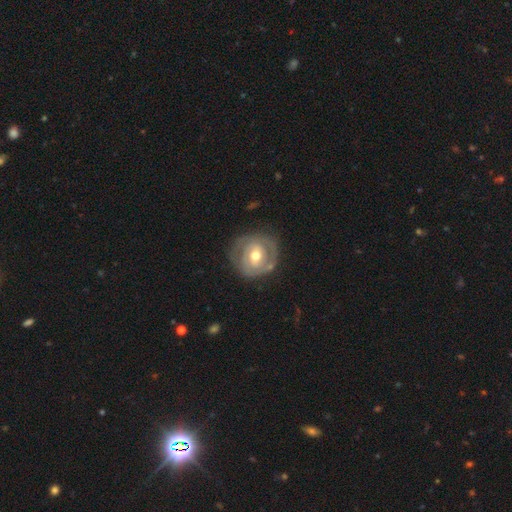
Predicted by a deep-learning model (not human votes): featured or disk 70%, smooth 25%, star or artifact 5%. Down the decision tree: edge-on disk — no (97%); bar — no (51%); spiral arms — yes (73%); bulge size — moderate (76%); merging — none (71%).